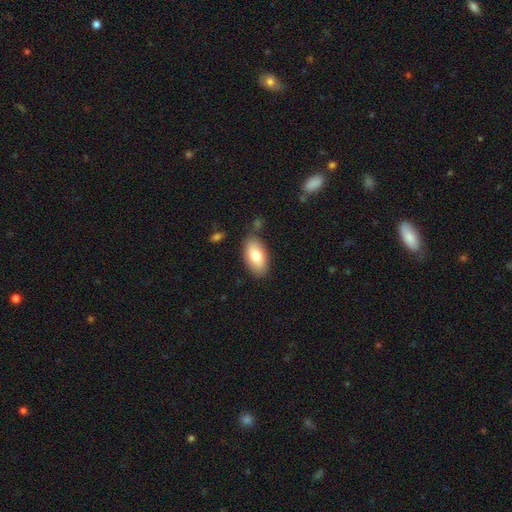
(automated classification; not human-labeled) The model was most divided on "smooth or featured": smooth: 76%, featured or disk: 17%, star or artifact: 7%. More confident: how rounded — in between (94%); merging — none (80%).